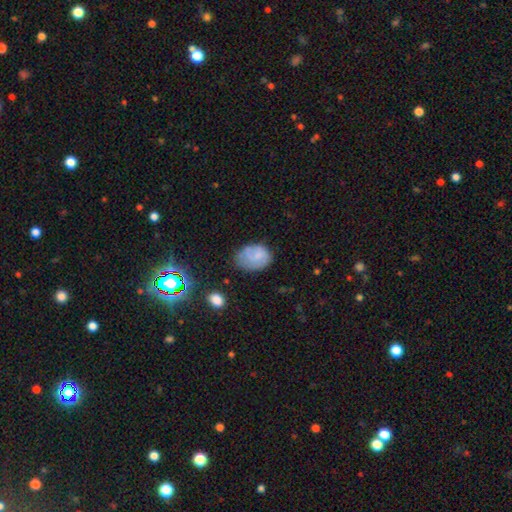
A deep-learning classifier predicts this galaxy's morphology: Smooth or featured: smooth — 61% (featured or disk — 30%)
How rounded: in between — 77% (round — 22%)
Merging: none — 53% (minor disturbance — 32%)